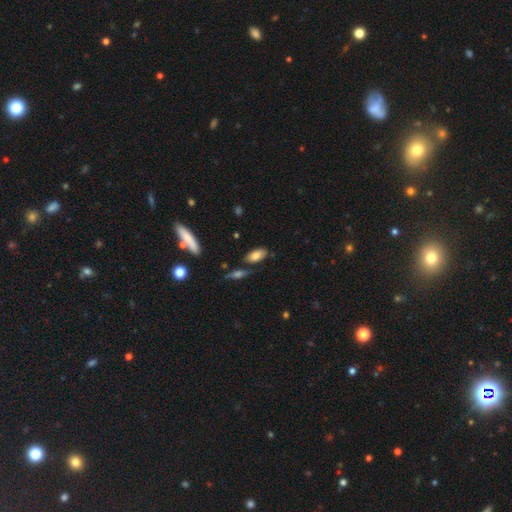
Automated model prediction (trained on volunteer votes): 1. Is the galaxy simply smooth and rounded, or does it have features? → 78% smooth, 14% featured or disk, 8% star or artifact.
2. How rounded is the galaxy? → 91% in between, 6% cigar-shaped, 3% round.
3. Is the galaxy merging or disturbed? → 71% none, 16% minor disturbance, 9% merger, 4% major disturbance.